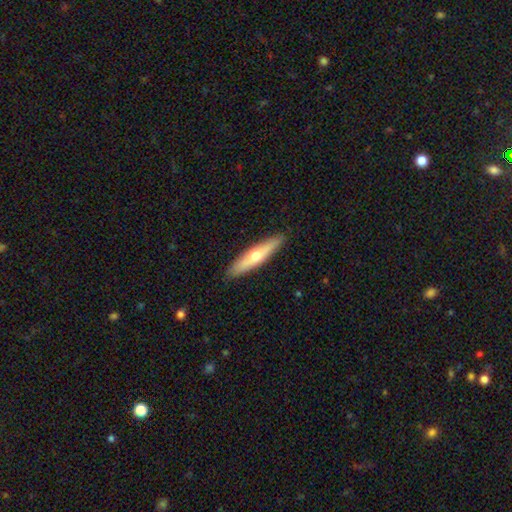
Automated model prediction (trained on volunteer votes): smooth 51%, featured or disk 44%, star or artifact 5%. Down the decision tree: how rounded — cigar-shaped (85%); merging — none (90%).